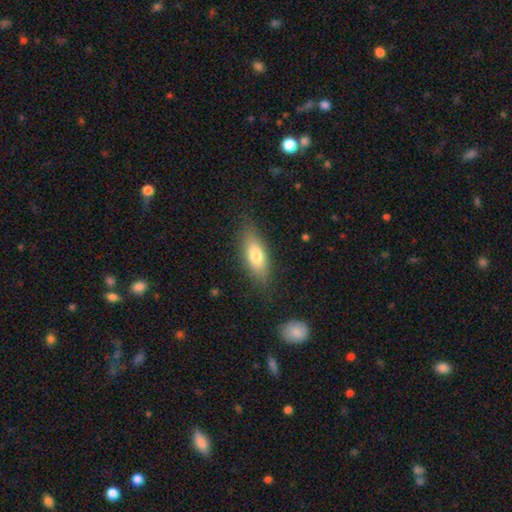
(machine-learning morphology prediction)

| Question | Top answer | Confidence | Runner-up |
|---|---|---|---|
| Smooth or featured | smooth | 73% | featured or disk (20%) |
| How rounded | in between | 69% | cigar-shaped (28%) |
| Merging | none | 81% | minor disturbance (13%) |